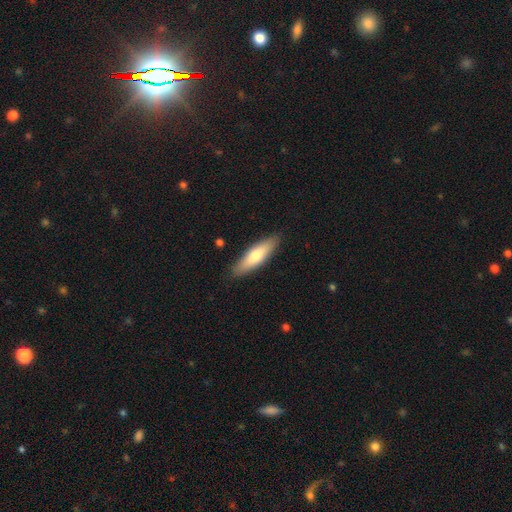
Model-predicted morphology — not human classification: Smooth or featured? smooth (68%)
How rounded? cigar-shaped (62%)
Merging? none (88%)